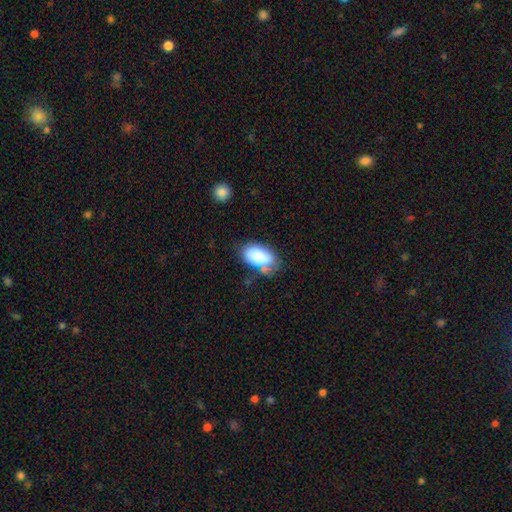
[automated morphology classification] This is clearly a smooth galaxy (83%). How rounded: clearly in between (94%). Merging: likely none (61%).